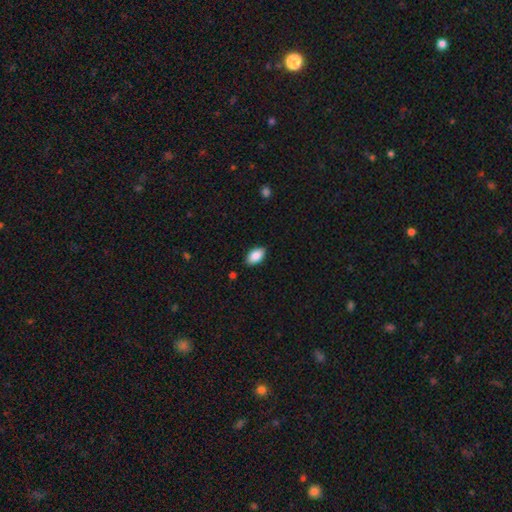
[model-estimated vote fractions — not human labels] Smooth or featured: smooth — 87% (star or artifact — 7%)
How rounded: in between — 94% (round — 4%)
Merging: none — 87% (minor disturbance — 10%)